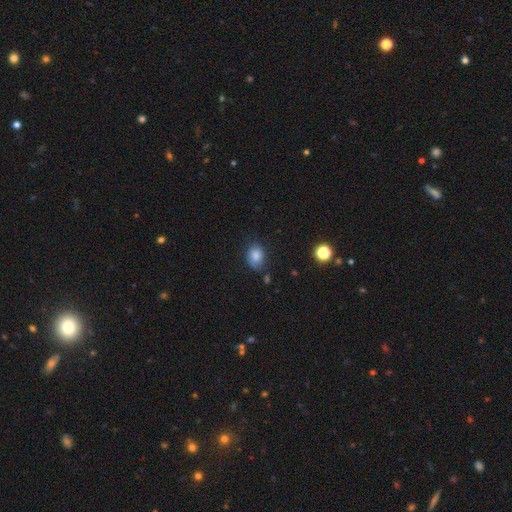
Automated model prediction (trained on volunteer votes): Morphology: type=smooth (82%); roundness=in between (64%); merging=none (69%).